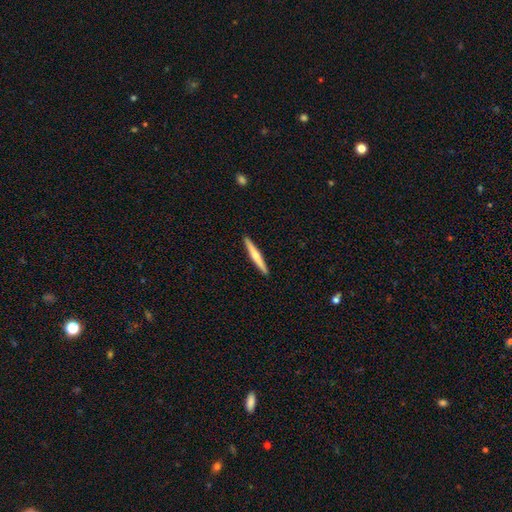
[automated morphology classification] Smooth or featured?
  - featured or disk: 48% *
  - smooth: 47%
  - star or artifact: 5%
Merging?
  - none: 92% *
  - minor disturbance: 6%
  - major disturbance: 1%
  - merger: 1%